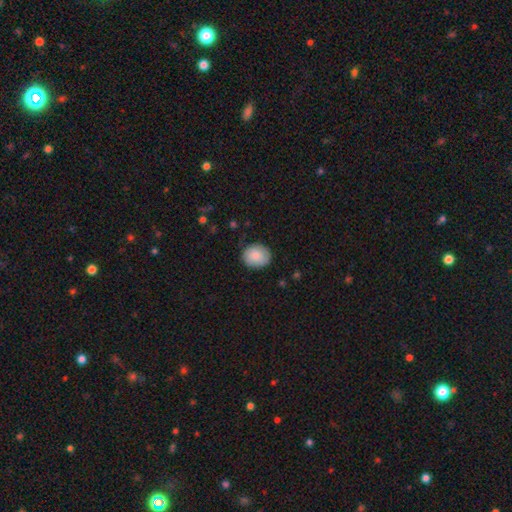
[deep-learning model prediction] Q: Smooth or featured?
A: smooth (85%); runner-up: featured or disk (8%)
Q: How rounded?
A: round (66%); runner-up: in between (33%)
Q: Merging?
A: none (80%); runner-up: minor disturbance (16%)